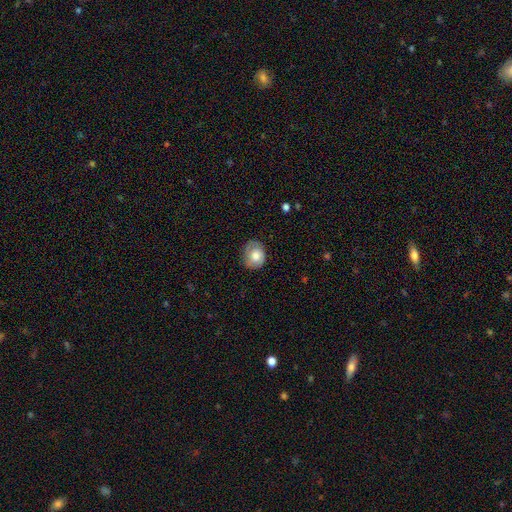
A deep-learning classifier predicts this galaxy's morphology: This appears to be a smooth galaxy with no disk features (73%) that is round (64%). Merging: none (72%).